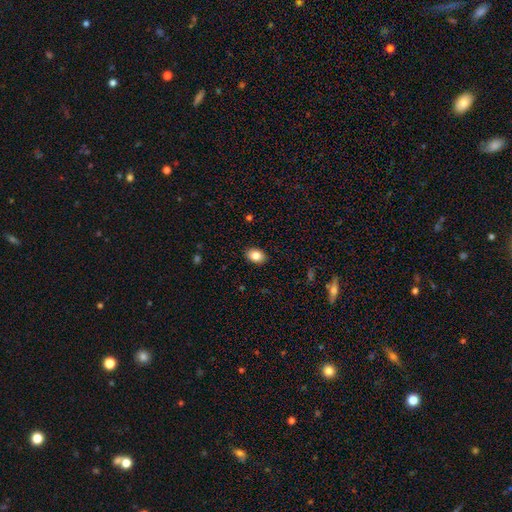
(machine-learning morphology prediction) A smooth galaxy with no disk features (85%) that is in between round and cigar-shaped (77%). Merging: none (89%).